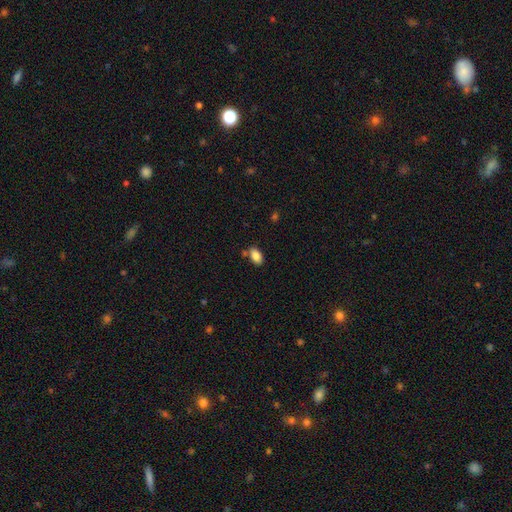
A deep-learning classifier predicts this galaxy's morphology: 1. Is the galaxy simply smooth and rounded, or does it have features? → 87% smooth, 8% star or artifact, 5% featured or disk.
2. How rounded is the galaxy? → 93% in between, 5% round, 2% cigar-shaped.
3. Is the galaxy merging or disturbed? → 74% none, 13% minor disturbance, 10% merger, 3% major disturbance.